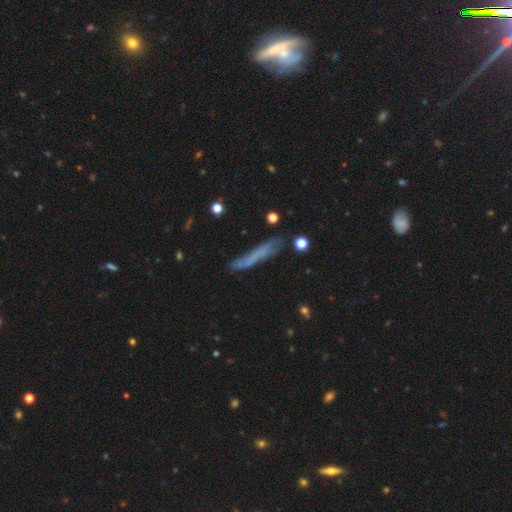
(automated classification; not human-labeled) smooth_or_featured: smooth (p=0.57) [alt: featured or disk p=0.33]
how_rounded: cigar-shaped (p=0.92) [alt: in between p=0.06]
merging: none (p=0.67) [alt: minor disturbance p=0.22]